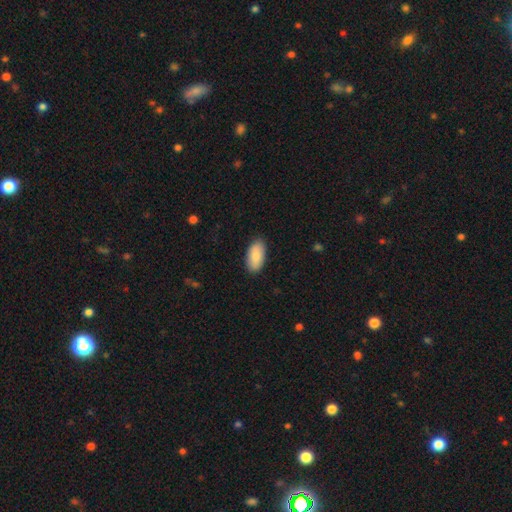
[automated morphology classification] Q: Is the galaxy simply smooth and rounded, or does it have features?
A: smooth — 87%.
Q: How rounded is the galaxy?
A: in between — 94%.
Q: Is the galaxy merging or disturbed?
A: none — 87%.